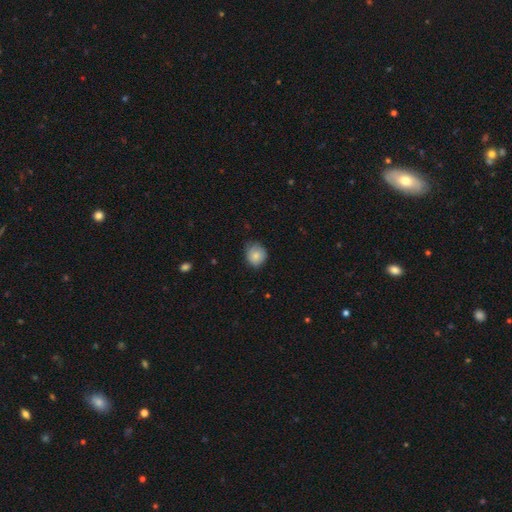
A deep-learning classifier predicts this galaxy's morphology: Smooth or featured? Predicted: smooth (p=0.82). How rounded? Predicted: round (p=0.81). Merging? Predicted: none (p=0.69).